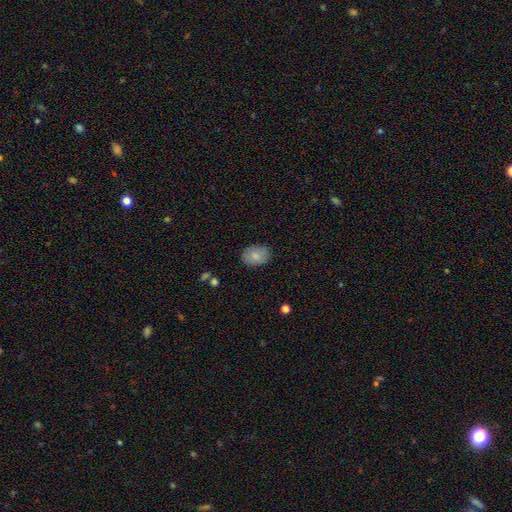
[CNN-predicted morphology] This is clearly a smooth galaxy (82%). How rounded: likely in between (75%). Merging: clearly none (85%).